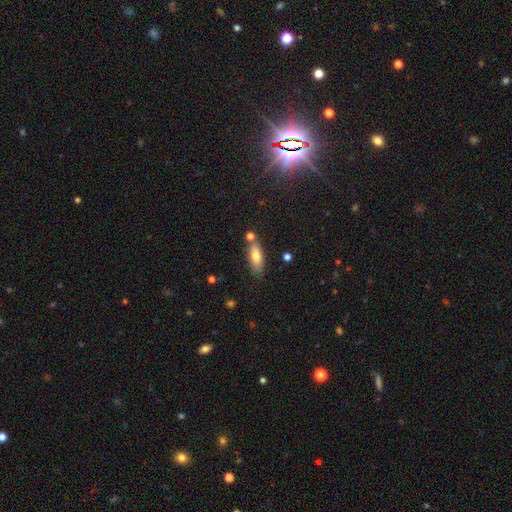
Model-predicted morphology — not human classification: smooth_or_featured: smooth (p=0.75) [alt: featured or disk p=0.18]
how_rounded: in between (p=0.70) [alt: cigar-shaped p=0.28]
merging: none (p=0.71) [alt: minor disturbance p=0.14]